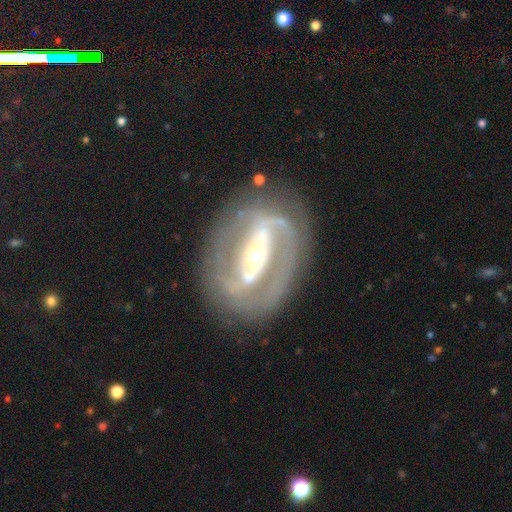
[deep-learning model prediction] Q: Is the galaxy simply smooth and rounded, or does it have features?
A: featured or disk — 86%.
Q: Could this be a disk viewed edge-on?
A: no — 94%.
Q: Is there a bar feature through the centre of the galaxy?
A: strong — 60%.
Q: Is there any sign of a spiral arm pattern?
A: yes — 83%.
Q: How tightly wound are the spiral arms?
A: tight — 42%.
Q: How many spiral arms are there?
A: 2 — 79%.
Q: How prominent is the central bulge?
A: moderate — 62%.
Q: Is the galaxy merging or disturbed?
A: none — 77%.